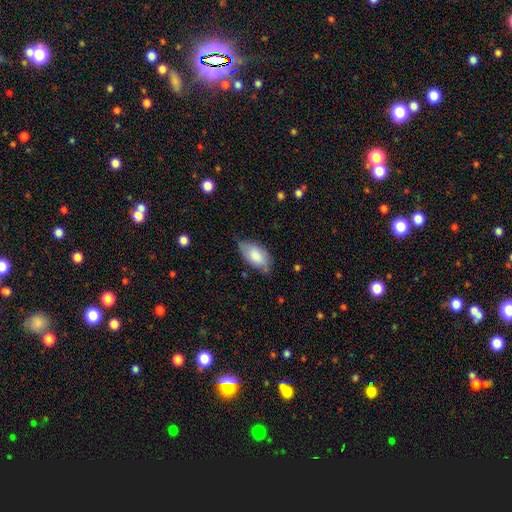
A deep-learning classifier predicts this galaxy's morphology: Smooth or featured? Predicted: smooth (p=0.78). How rounded? Predicted: in between (p=0.93). Merging? Predicted: none (p=0.64).